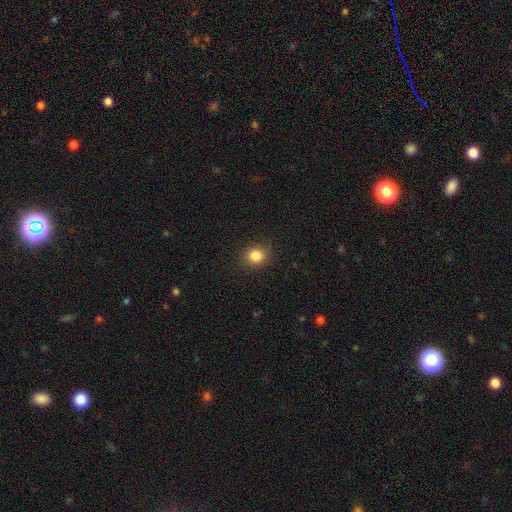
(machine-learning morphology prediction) This appears to be a smooth galaxy with no disk features (85%) that is round (80%). Merging: none (88%).